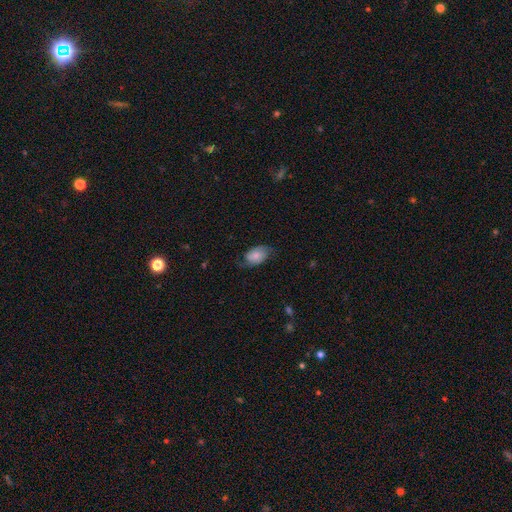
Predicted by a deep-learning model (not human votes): Q: Smooth or featured?
A: smooth (47%); runner-up: featured or disk (45%)
Q: Merging?
A: none (64%); runner-up: minor disturbance (23%)